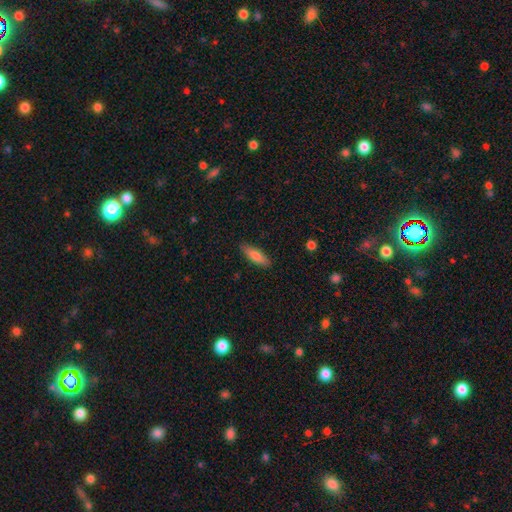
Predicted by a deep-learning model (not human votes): The model was most divided on "how rounded": in between: 50%, cigar-shaped: 49%, round: 2%. More confident: merging — none (88%); smooth or featured — smooth (78%).